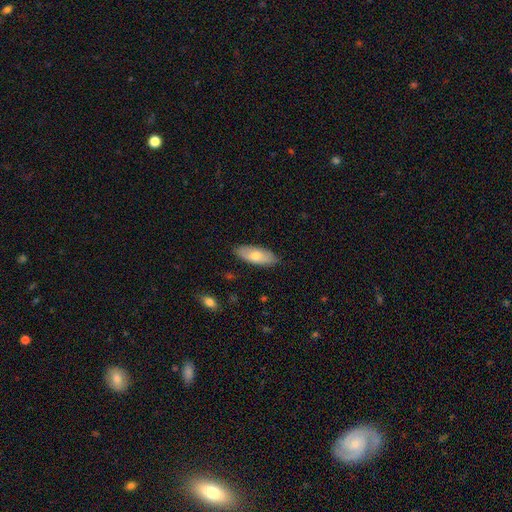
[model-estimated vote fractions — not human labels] This is likely a smooth galaxy (68%). How rounded: clearly in between (82%). Merging: clearly none (86%).